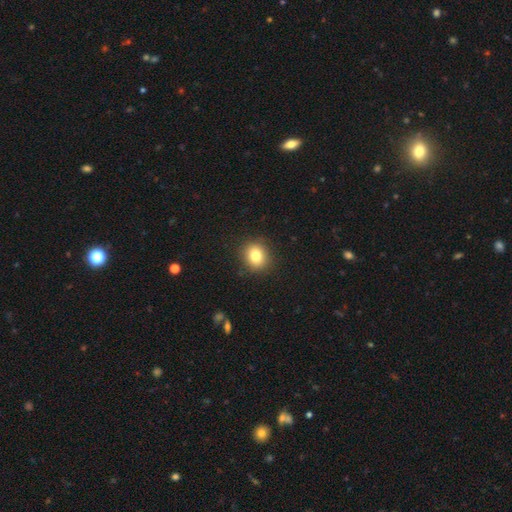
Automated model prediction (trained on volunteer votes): Smooth or featured? Predicted: smooth (p=0.81). How rounded? Predicted: round (p=0.74). Merging? Predicted: none (p=0.89).